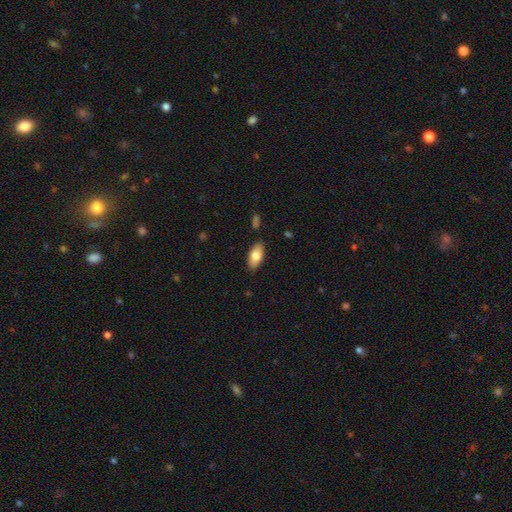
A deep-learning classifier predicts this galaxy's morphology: type=smooth (77%); roundness=in between (90%); merging=none (86%).